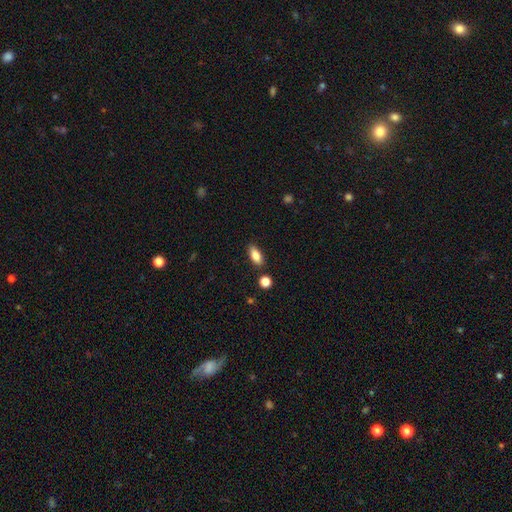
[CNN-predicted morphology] Smooth or featured? smooth (82%)
How rounded? in between (81%)
Merging? none (84%)